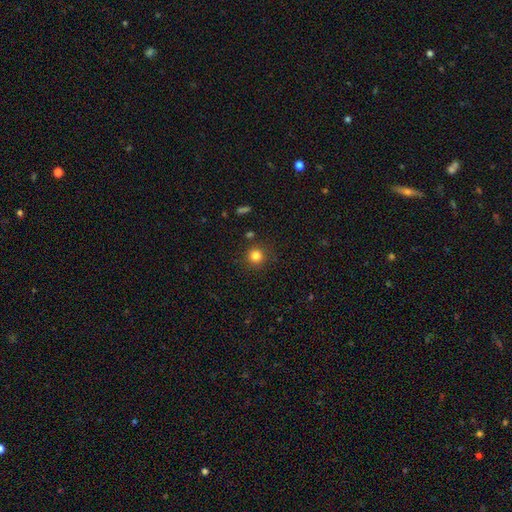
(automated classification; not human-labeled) Overall: smooth (82%). How rounded: round (94%). Merging: none (88%).